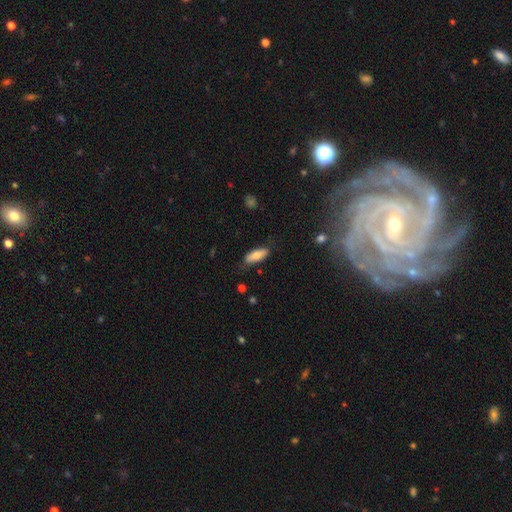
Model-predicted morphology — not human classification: smooth 75%, featured or disk 19%, star or artifact 6%. Down the decision tree: how rounded — in between (71%); merging — none (75%).